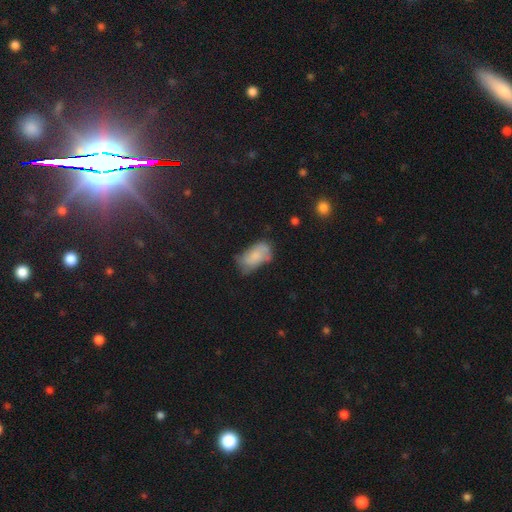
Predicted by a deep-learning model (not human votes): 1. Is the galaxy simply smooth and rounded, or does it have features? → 62% smooth, 28% featured or disk, 10% star or artifact.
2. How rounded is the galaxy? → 92% in between, 5% round, 3% cigar-shaped.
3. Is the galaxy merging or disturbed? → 44% none, 35% minor disturbance, 16% major disturbance, 6% merger.